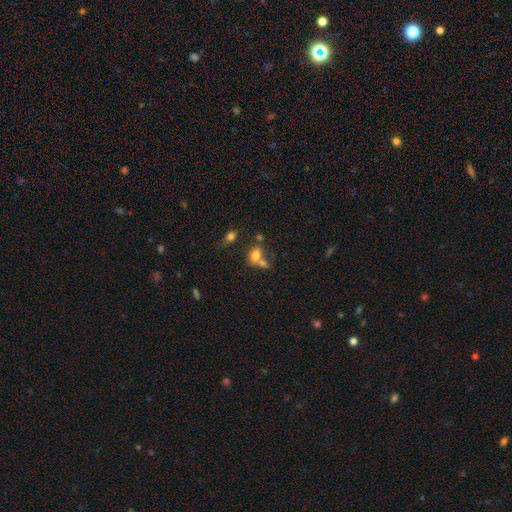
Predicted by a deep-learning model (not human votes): smooth 73%, featured or disk 14%, star or artifact 13%. Down the decision tree: how rounded — in between (72%); merging — merger (49%).